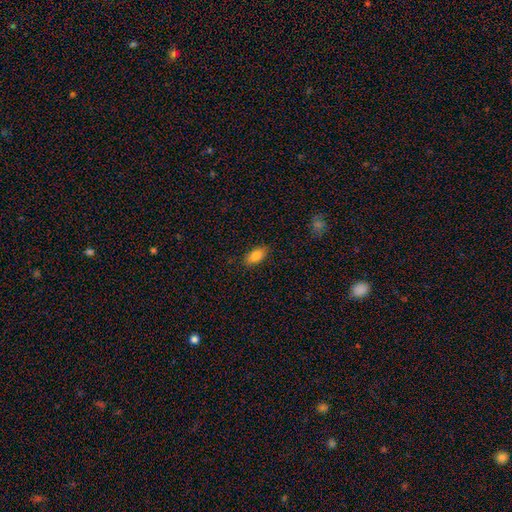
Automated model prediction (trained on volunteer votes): Morphology: type=smooth (85%); roundness=in between (91%); merging=none (86%).